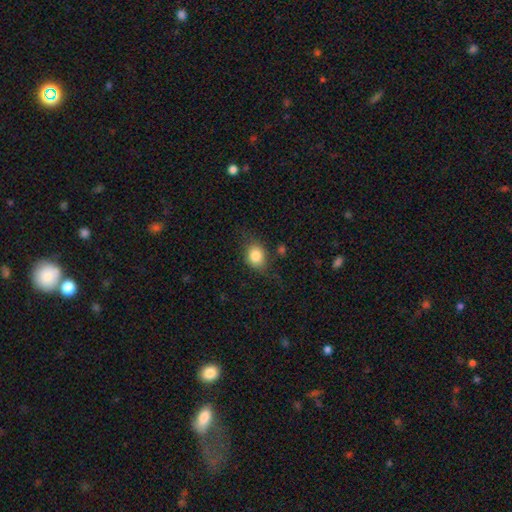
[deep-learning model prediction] Smooth or featured: smooth — 81% (featured or disk — 10%)
How rounded: in between — 50% (round — 49%)
Merging: none — 66% (minor disturbance — 22%)